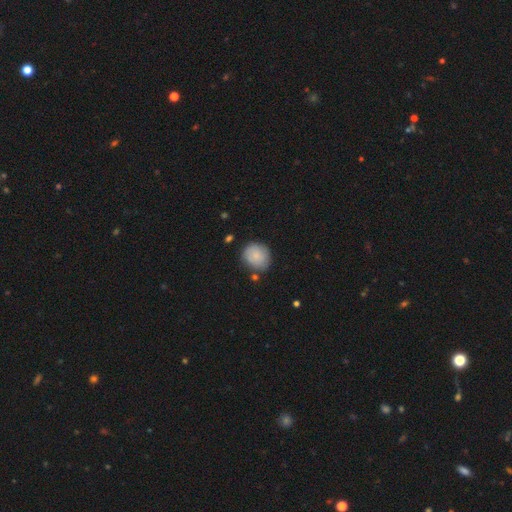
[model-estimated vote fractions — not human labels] Q: Smooth or featured?
A: smooth (80%); runner-up: featured or disk (13%)
Q: How rounded?
A: round (76%); runner-up: in between (23%)
Q: Merging?
A: none (72%); runner-up: minor disturbance (19%)